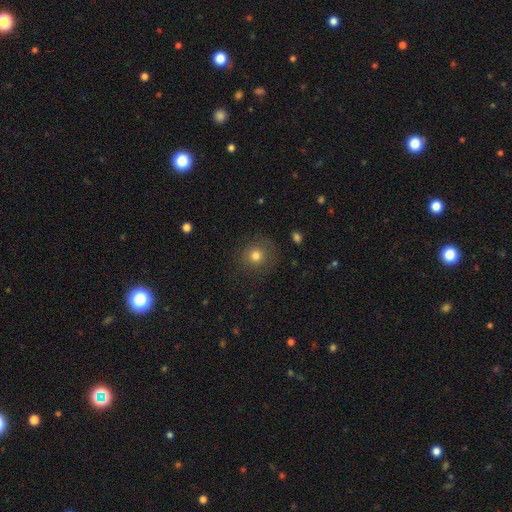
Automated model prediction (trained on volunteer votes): A smooth galaxy with no disk features (78%) that is round (90%). Merging: none (83%).